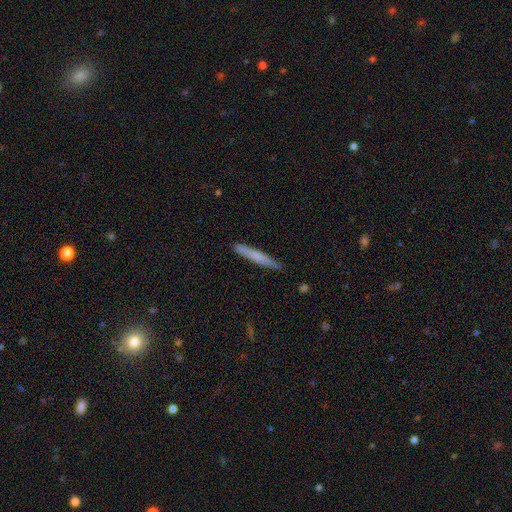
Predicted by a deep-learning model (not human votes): Overall: smooth (65%; featured or disk 29%). How rounded: cigar-shaped (96%). Merging: none (88%).